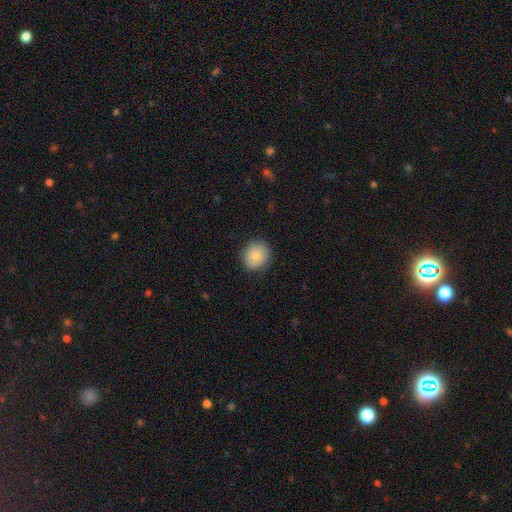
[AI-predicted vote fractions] Smooth or featured? smooth (85%)
How rounded? round (86%)
Merging? none (88%)